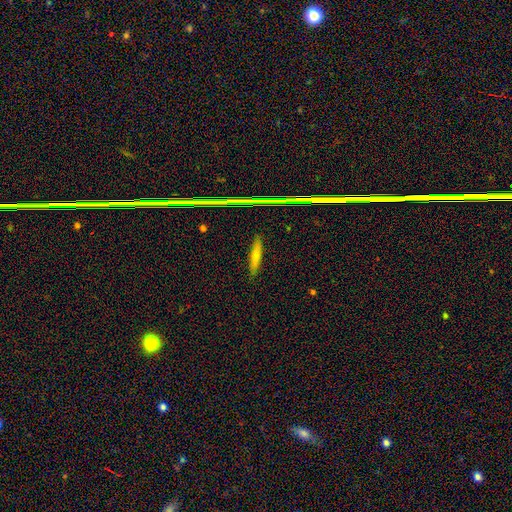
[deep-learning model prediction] Smooth or featured: smooth — 54% (featured or disk — 33%)
How rounded: cigar-shaped — 87% (in between — 10%)
Merging: none — 87% (minor disturbance — 10%)